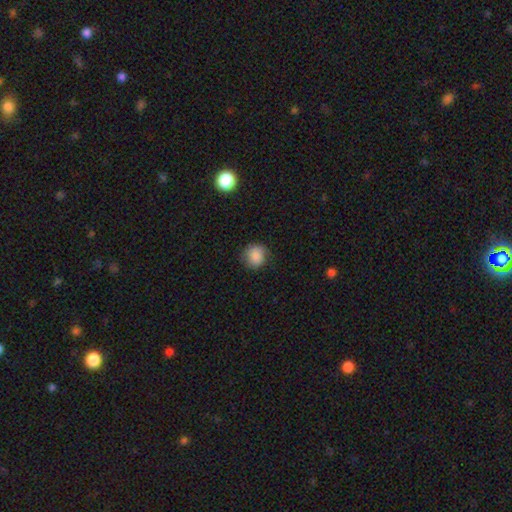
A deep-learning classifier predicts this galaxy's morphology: smooth 84%, star or artifact 9%, featured or disk 7%. Down the decision tree: how rounded — round (86%); merging — none (75%).